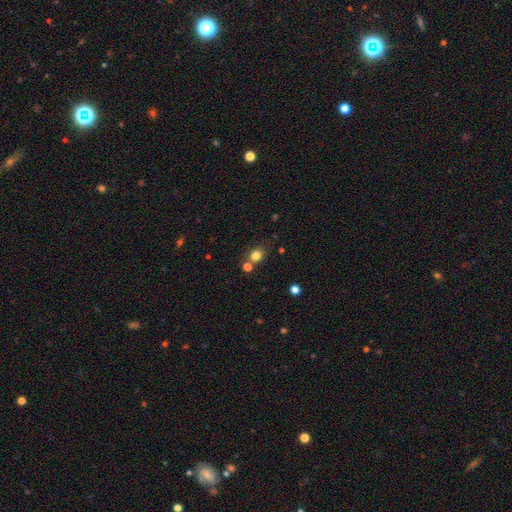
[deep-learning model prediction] smooth 80%, star or artifact 14%, featured or disk 6%. Down the decision tree: how rounded — round (72%); merging — none (68%).